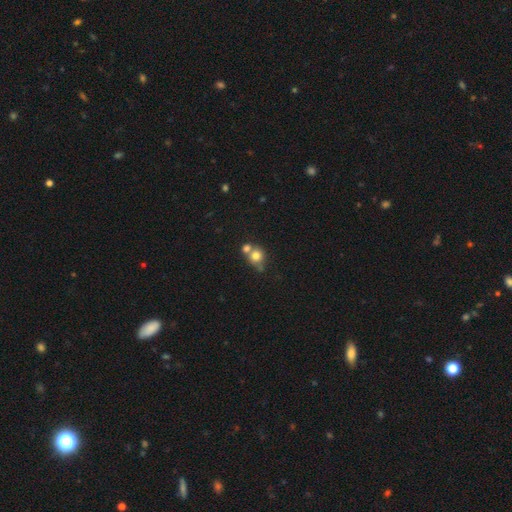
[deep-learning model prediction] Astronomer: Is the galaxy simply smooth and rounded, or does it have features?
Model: smooth — 75%.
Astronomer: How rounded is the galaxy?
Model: round — 81%.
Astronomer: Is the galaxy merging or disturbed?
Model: merger — 47% (runner-up: none, 41%).